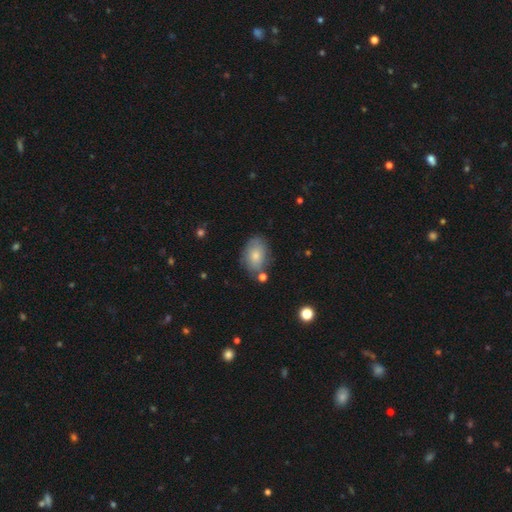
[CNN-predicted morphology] Smooth or featured: smooth — 75% (featured or disk — 17%)
How rounded: in between — 84% (round — 15%)
Merging: none — 69% (minor disturbance — 20%)